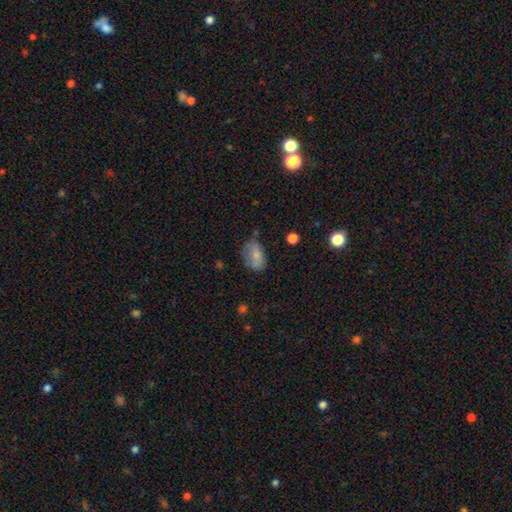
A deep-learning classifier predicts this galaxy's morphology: Smooth or featured?
  - smooth: 74% *
  - featured or disk: 18%
  - star or artifact: 8%
How rounded?
  - in between: 87% *
  - round: 11%
  - cigar-shaped: 2%
Merging?
  - none: 58% *
  - minor disturbance: 28%
  - major disturbance: 8%
  - merger: 6%